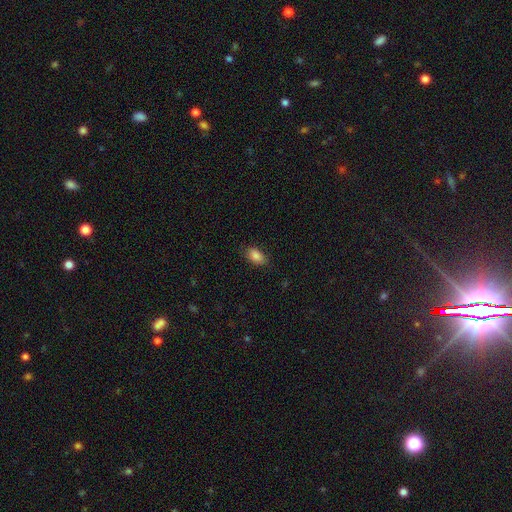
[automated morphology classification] The model was most divided on "merging": none: 83%, minor disturbance: 13%, major disturbance: 3%, merger: 1%. More confident: how rounded — in between (91%); smooth or featured — smooth (87%).